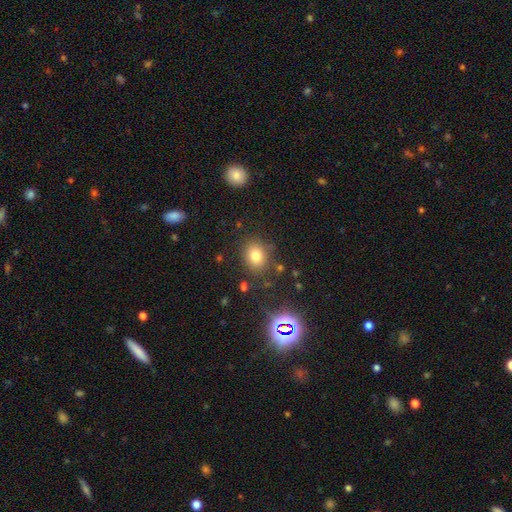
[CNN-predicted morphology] Smooth or featured: smooth — 76% (star or artifact — 15%)
How rounded: round — 56% (in between — 42%)
Merging: none — 81% (minor disturbance — 11%)